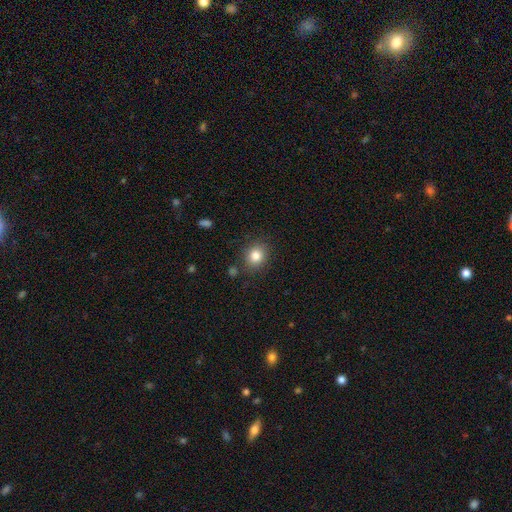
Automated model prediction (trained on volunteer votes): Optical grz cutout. It shows a smooth galaxy with no disk features (82%) that is round (67%). Merging: none (84%).